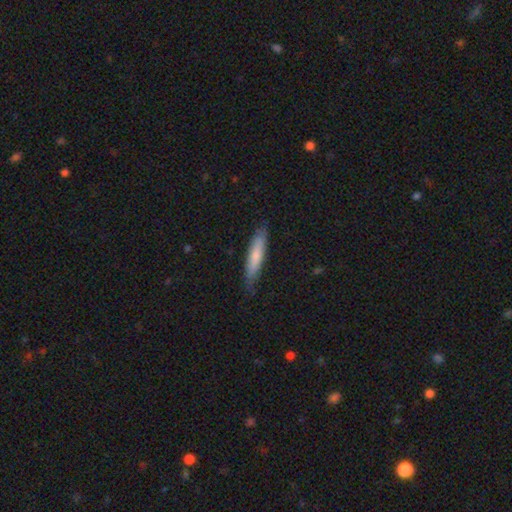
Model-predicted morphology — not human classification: type=smooth (72%); roundness=cigar-shaped (84%); merging=none (81%).